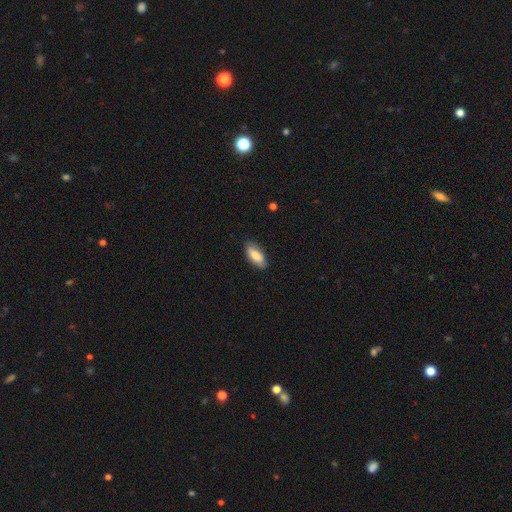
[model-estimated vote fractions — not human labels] A smooth galaxy with no disk features (79%) that is in between round and cigar-shaped (84%). Merging: none (83%).